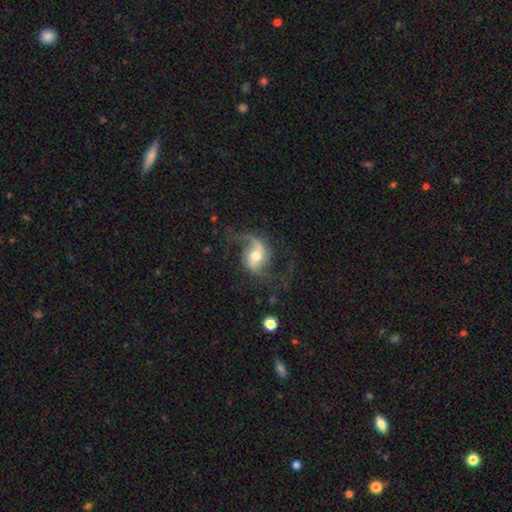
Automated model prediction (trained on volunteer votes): A featured or disk galaxy (86%) with no bar (39%), 2 (86%) loose (67%) spiral arms (96%) and a moderate central bulge (69%). Merging: none (66%).